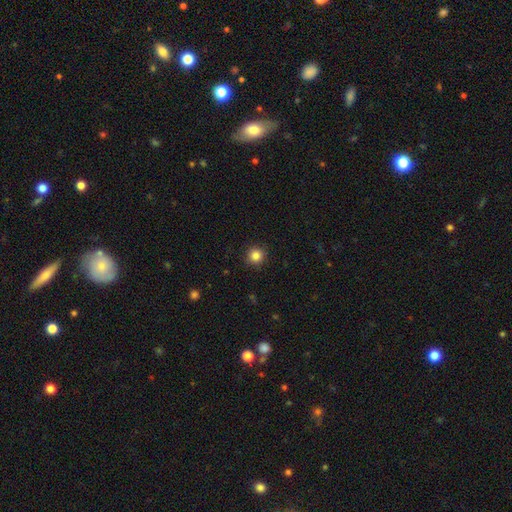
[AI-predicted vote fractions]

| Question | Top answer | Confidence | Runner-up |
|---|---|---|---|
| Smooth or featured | smooth | 85% | star or artifact (11%) |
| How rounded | round | 93% | in between (6%) |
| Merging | none | 91% | minor disturbance (6%) |